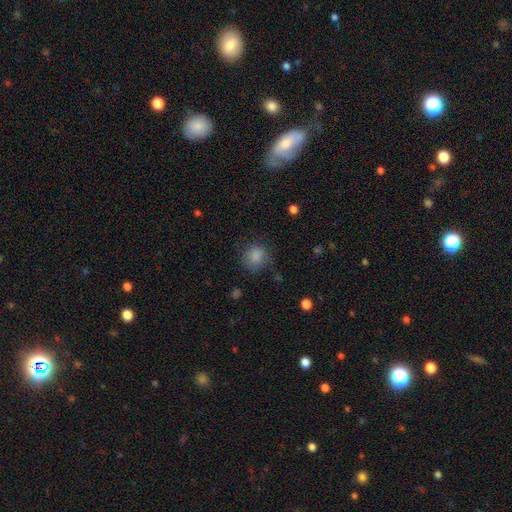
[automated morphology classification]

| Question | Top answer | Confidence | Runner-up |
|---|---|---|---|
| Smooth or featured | smooth | 84% | star or artifact (11%) |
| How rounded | round | 77% | in between (22%) |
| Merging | none | 76% | minor disturbance (17%) |